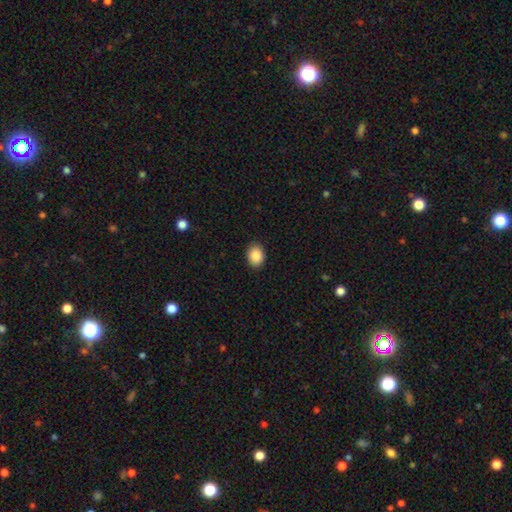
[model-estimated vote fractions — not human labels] smooth-or-featured: smooth: 89% | star or artifact: 7% | featured or disk: 4%
  how-rounded: in between: 72% | round: 27% | cigar-shaped: 1%
  merging: none: 87% | minor disturbance: 10% | major disturbance: 2% | merger: 1%